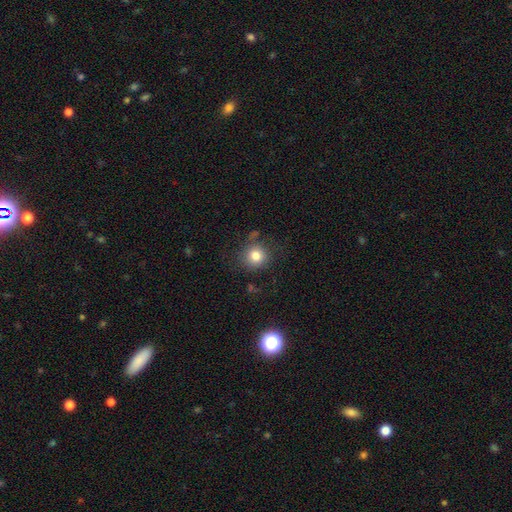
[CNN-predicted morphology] The model was most divided on "merging": none: 78%, minor disturbance: 13%, major disturbance: 5%, merger: 4%. More confident: how rounded — round (91%); smooth or featured — smooth (79%).